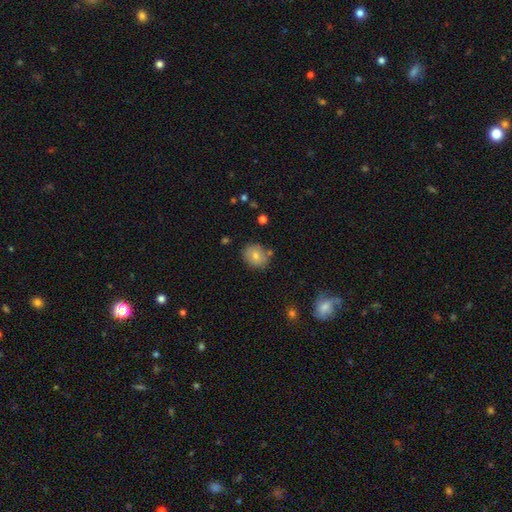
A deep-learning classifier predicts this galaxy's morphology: A smooth galaxy with no disk features (71%) that is round (68%).

Vote fractions:
- Smooth or featured? smooth: 71% / featured or disk: 17% / star or artifact: 13%
- How rounded? round: 68% / in between: 31% / cigar-shaped: 1%
- Merging? none: 80% / minor disturbance: 13% / merger: 5% / major disturbance: 3%